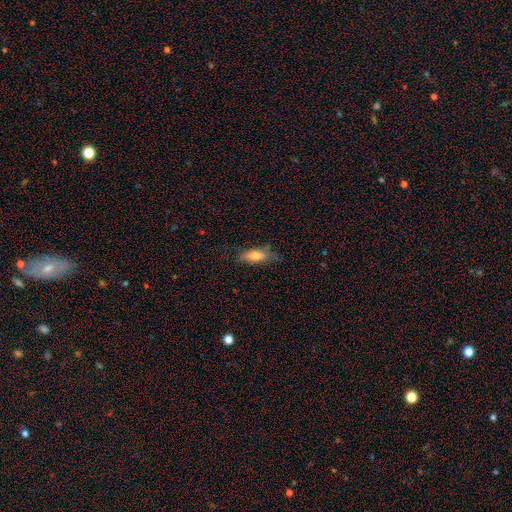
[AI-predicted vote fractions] Morphology: type=smooth (72%); roundness=in between (61%); merging=none (69%).